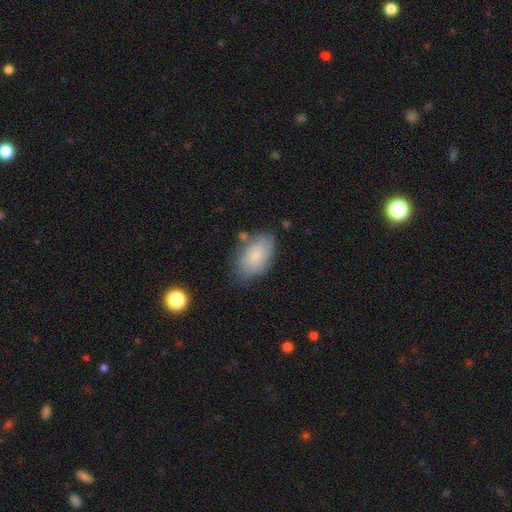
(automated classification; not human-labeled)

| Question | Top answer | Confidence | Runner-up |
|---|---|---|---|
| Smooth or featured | smooth | 77% | featured or disk (16%) |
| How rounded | in between | 93% | round (6%) |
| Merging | none | 68% | minor disturbance (22%) |